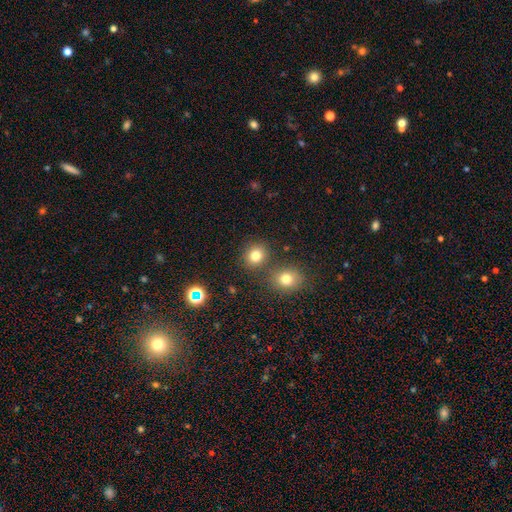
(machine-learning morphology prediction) type=smooth (79%); roundness=round (80%); merging=none (77%).